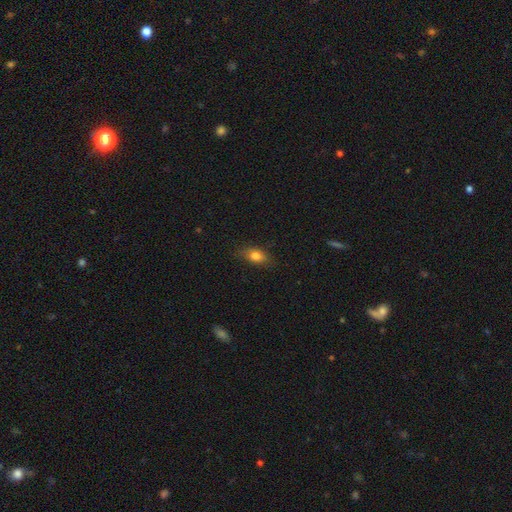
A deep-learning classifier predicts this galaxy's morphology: Smooth or featured? smooth (76%)
How rounded? in between (77%)
Merging? none (78%)